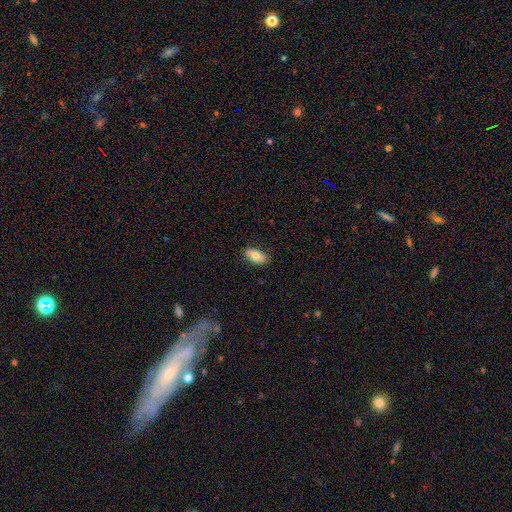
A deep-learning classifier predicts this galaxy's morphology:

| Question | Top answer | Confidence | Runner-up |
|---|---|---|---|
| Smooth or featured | smooth | 76% | featured or disk (17%) |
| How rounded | in between | 92% | cigar-shaped (4%) |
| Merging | none | 86% | minor disturbance (11%) |